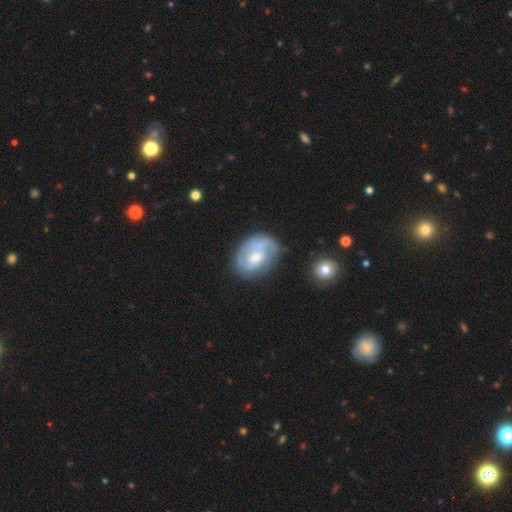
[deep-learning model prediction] Q: Smooth or featured?
A: featured or disk (70%); runner-up: smooth (24%)
Q: Edge-on disk?
A: no (97%); runner-up: yes (3%)
Q: Bar?
A: no (54%); runner-up: weak (39%)
Q: Spiral arms?
A: yes (84%); runner-up: no (16%)
Q: Spiral winding?
A: tight (44%); runner-up: medium (38%)
Q: Spiral arm count?
A: 2 (44%); runner-up: 1 (24%)
Q: Bulge size?
A: moderate (52%); runner-up: small (37%)
Q: Merging?
A: none (61%); runner-up: minor disturbance (23%)